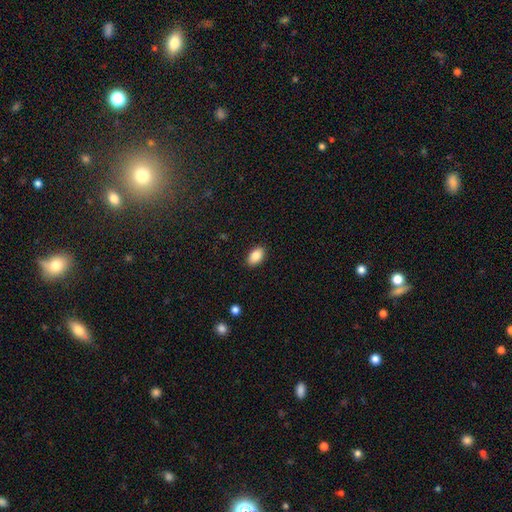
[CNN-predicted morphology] Smooth or featured: smooth — 86% (star or artifact — 8%)
How rounded: in between — 92% (round — 7%)
Merging: none — 89% (minor disturbance — 8%)